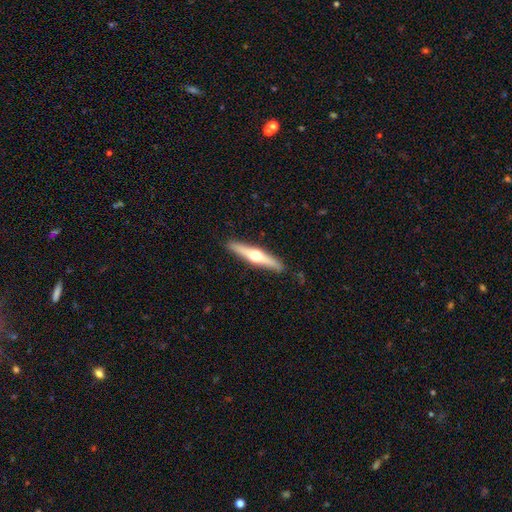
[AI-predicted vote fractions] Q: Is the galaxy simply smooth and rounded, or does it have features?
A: featured or disk — 68%.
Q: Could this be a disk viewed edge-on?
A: yes — 97%.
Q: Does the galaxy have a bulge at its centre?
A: rounded — 95%.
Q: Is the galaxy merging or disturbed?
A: none — 90%.